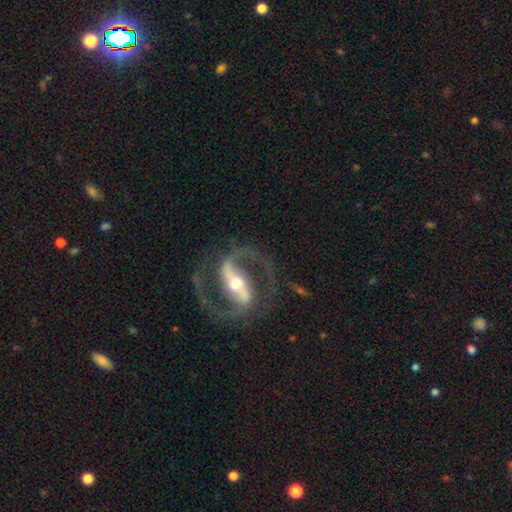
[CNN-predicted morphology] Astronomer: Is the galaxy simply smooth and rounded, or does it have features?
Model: featured or disk — 91%.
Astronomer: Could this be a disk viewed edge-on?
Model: no — 95%.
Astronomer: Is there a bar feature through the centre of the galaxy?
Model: strong — 66%.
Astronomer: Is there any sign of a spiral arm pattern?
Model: yes — 96%.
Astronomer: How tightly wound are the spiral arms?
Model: medium — 60%.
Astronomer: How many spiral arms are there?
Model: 2 — 94%.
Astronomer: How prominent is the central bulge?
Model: moderate — 56% (runner-up: small, 35%).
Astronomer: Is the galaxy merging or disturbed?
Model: none — 82%.